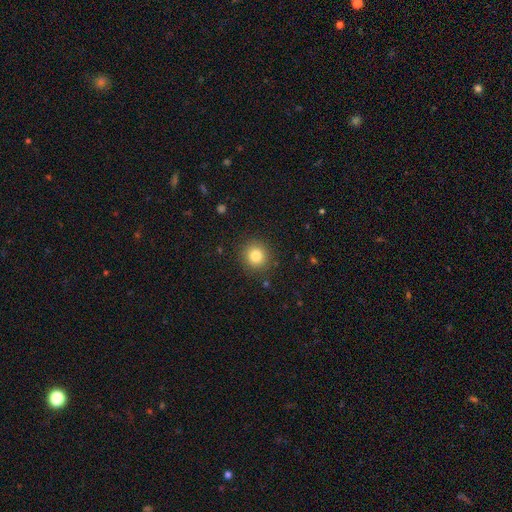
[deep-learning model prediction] Morphology: type=smooth (82%); roundness=round (92%); merging=none (89%).